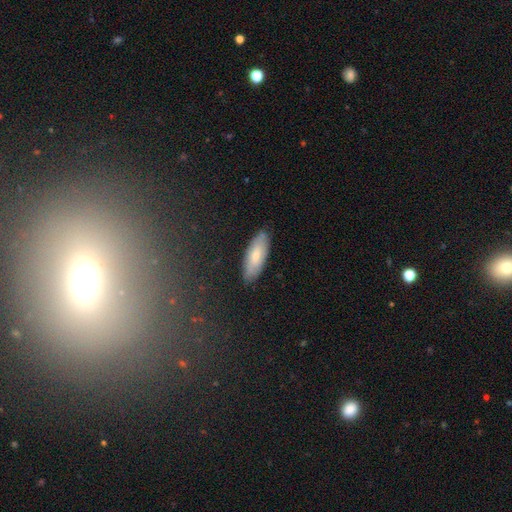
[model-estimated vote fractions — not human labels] Smooth or featured?
  - smooth: 68% *
  - featured or disk: 25%
  - star or artifact: 6%
How rounded?
  - in between: 71% *
  - cigar-shaped: 27%
  - round: 2%
Merging?
  - none: 85% *
  - minor disturbance: 11%
  - major disturbance: 2%
  - merger: 1%